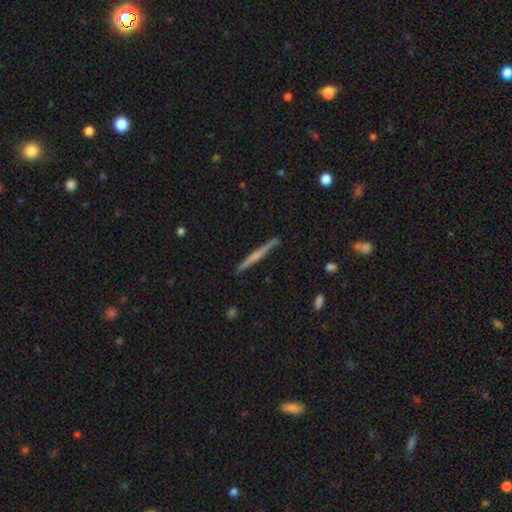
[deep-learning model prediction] Q: Smooth or featured?
A: featured or disk (56%); runner-up: smooth (38%)
Q: Edge-on disk?
A: yes (98%); runner-up: no (2%)
Q: Edge-on bulge?
A: none (52%); runner-up: rounded (37%)
Q: Merging?
A: none (91%); runner-up: minor disturbance (7%)